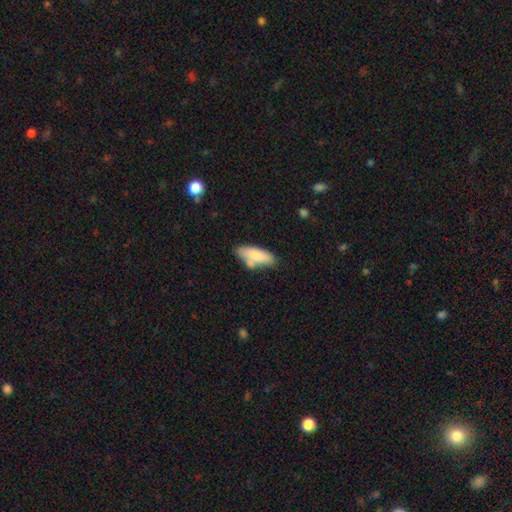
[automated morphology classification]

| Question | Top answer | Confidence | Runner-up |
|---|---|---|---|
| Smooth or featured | smooth | 79% | featured or disk (15%) |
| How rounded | in between | 68% | cigar-shaped (30%) |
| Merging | none | 59% | minor disturbance (20%) |